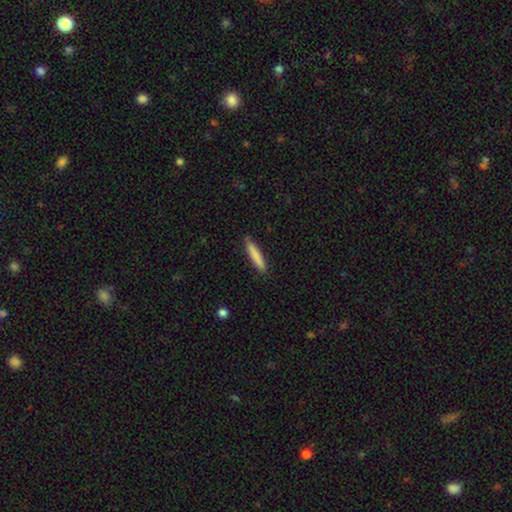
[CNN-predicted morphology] Smooth or featured: smooth — 81% (featured or disk — 13%)
How rounded: cigar-shaped — 90% (in between — 9%)
Merging: none — 86% (minor disturbance — 10%)